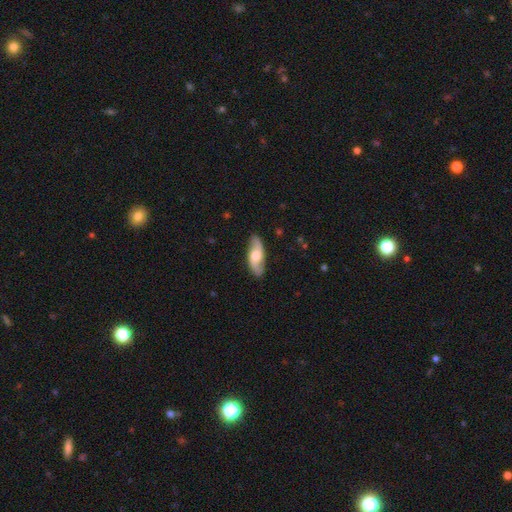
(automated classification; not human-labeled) This appears to be a featured or disk galaxy (67%) with no bar (59%), 2 (91%) loose (61%) spiral arms (90%) and a moderate central bulge (56%). Merging: none (85%).